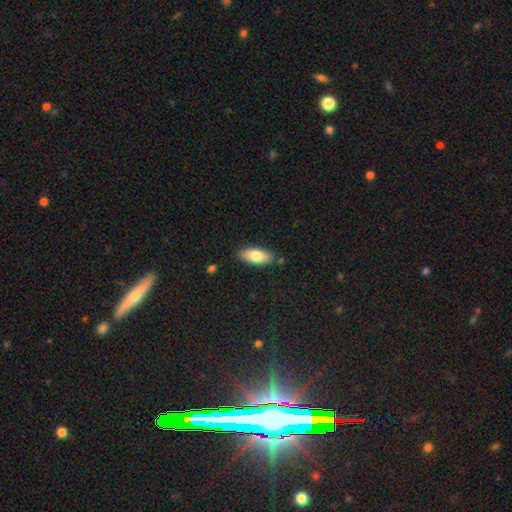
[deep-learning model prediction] Smooth or featured? smooth (78%)
How rounded? in between (83%)
Merging? none (83%)